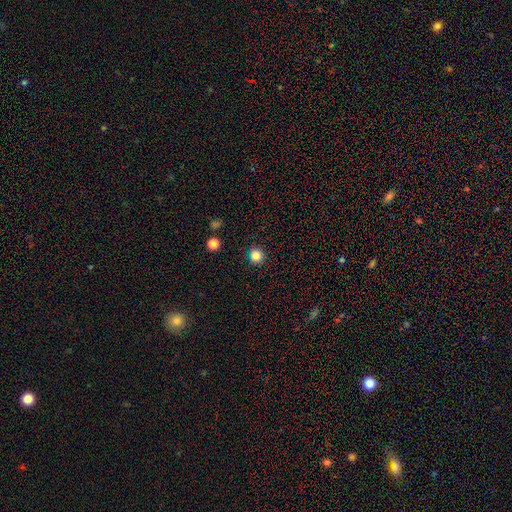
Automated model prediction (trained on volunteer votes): smooth 83%, star or artifact 12%, featured or disk 5%. Down the decision tree: how rounded — round (93%); merging — none (90%).